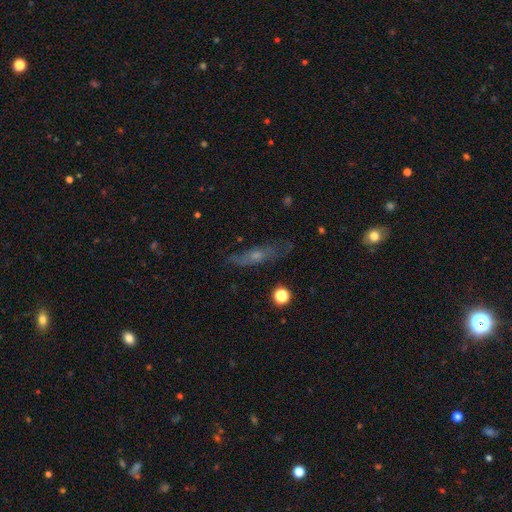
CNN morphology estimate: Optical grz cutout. It shows a featured or disk galaxy (48%). Merging: none (68%).